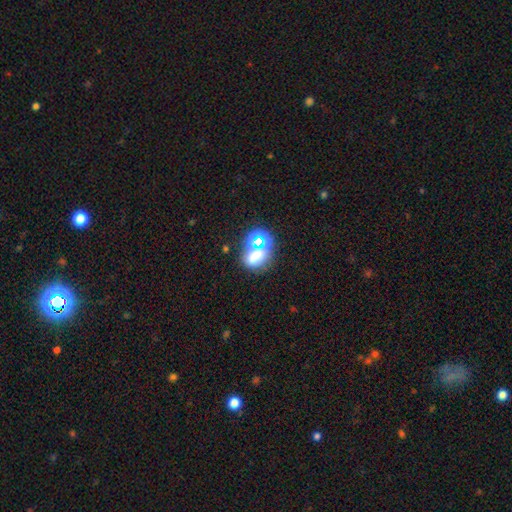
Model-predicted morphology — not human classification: This appears to be a smooth galaxy with no disk features (51%) that is in between round and cigar-shaped (58%). Merging: none (46%).